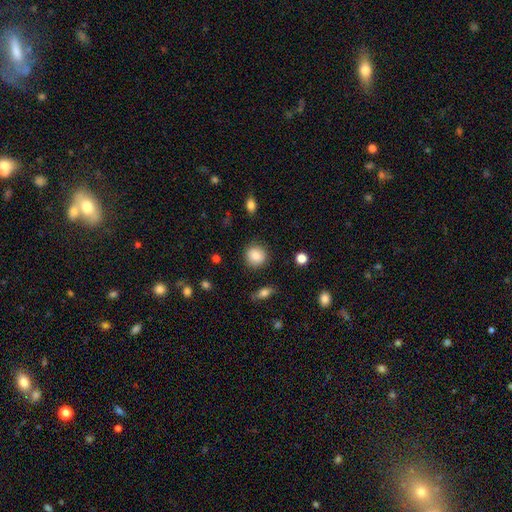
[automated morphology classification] This appears to be a smooth galaxy with no disk features (84%) that is round (91%). Merging: none (88%).